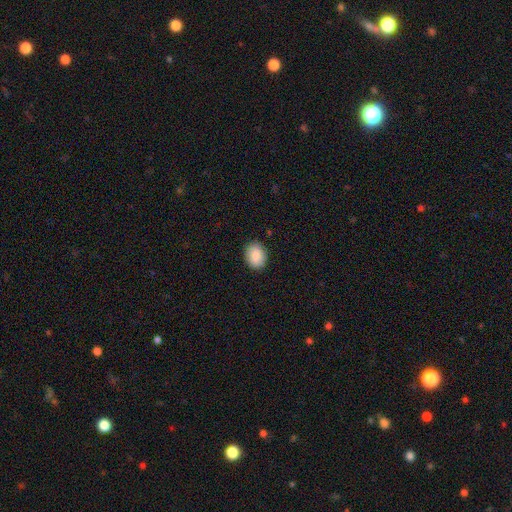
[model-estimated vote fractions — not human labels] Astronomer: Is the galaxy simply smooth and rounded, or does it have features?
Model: smooth — 86%.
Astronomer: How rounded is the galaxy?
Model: in between — 60% (runner-up: round, 39%).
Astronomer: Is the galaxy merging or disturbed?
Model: none — 88%.